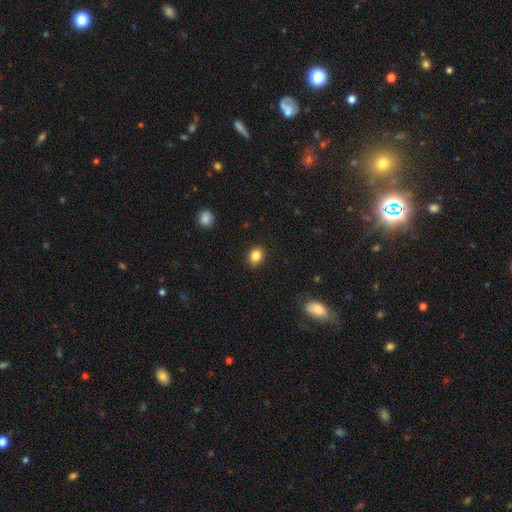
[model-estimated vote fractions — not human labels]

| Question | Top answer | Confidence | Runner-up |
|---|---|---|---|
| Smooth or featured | smooth | 84% | star or artifact (10%) |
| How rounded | in between | 51% | round (48%) |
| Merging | none | 88% | minor disturbance (9%) |